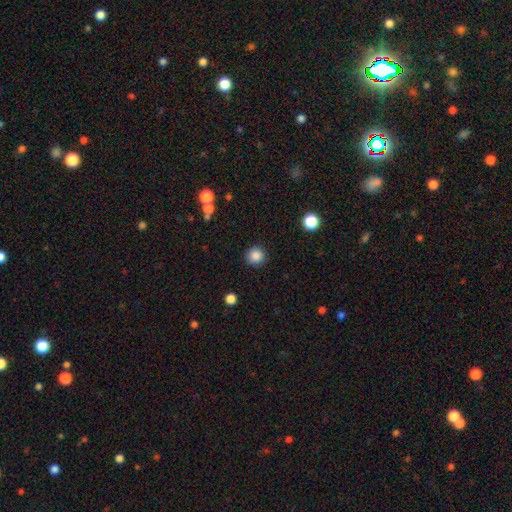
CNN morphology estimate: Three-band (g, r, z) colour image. It shows a smooth galaxy with no disk features (86%) that is round (94%). Merging: none (90%).